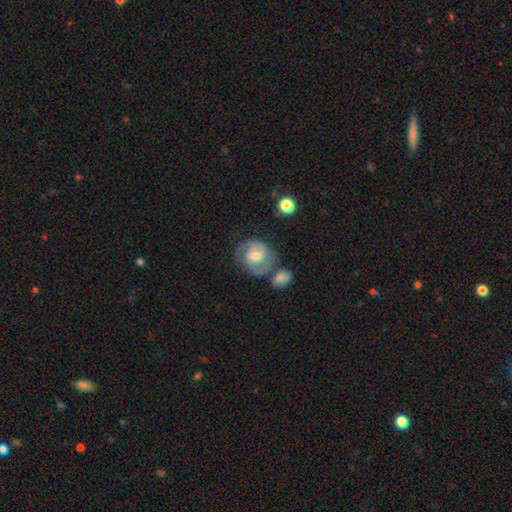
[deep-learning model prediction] Overall: featured or disk (69%). Edge-on disk: no (97%). Bar: weak (46%; no 40%). Spiral arms: yes (86%). Spiral arm count: 2 (75%). Spiral winding: tight (44%; medium 43%). Bulge size: moderate (63%; small 27%). Merging: none (56%; minor disturbance 18%).